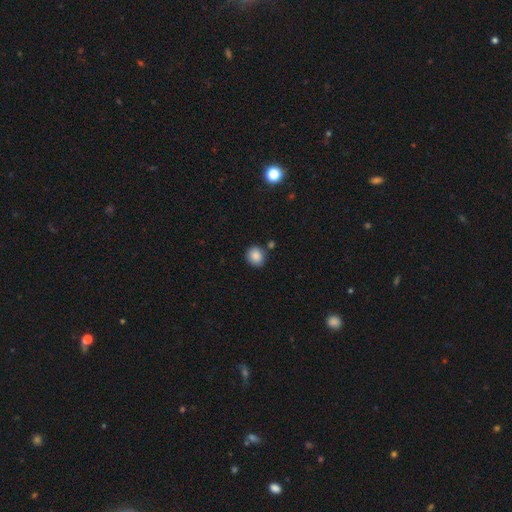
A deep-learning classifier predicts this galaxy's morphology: type=smooth (88%); roundness=round (83%); merging=none (79%).